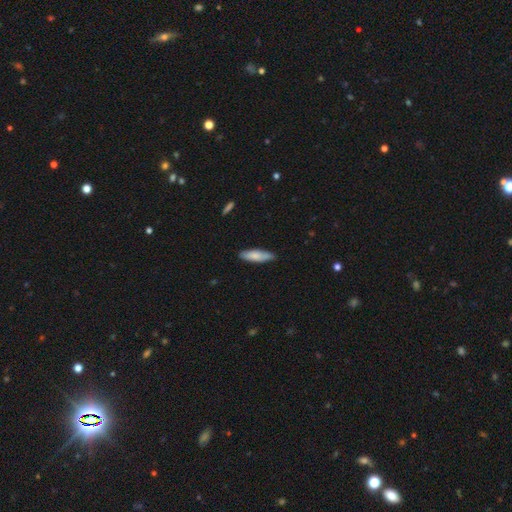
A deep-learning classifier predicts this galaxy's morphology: smooth-or-featured: smooth: 79% | featured or disk: 16% | star or artifact: 5%
  how-rounded: cigar-shaped: 62% | in between: 36% | round: 2%
  merging: none: 85% | minor disturbance: 12% | major disturbance: 2% | merger: 1%